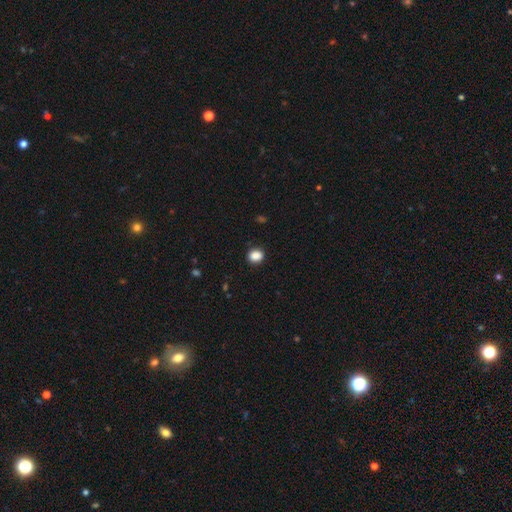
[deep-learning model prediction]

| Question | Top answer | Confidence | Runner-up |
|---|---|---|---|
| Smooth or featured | smooth | 88% | star or artifact (9%) |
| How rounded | round | 60% | in between (39%) |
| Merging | none | 88% | minor disturbance (8%) |